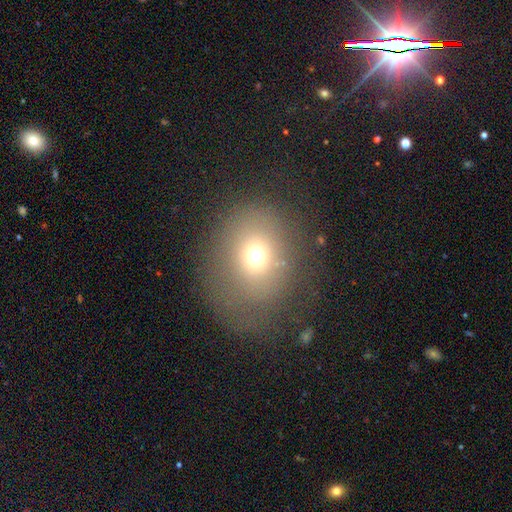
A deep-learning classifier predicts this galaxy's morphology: A smooth galaxy with no disk features (68%) that is round (61%).

Vote fractions:
- Smooth or featured? smooth: 68% / star or artifact: 18% / featured or disk: 14%
- How rounded? round: 61% / in between: 38% / cigar-shaped: 1%
- Merging? none: 63% / major disturbance: 17% / minor disturbance: 17% / merger: 3%